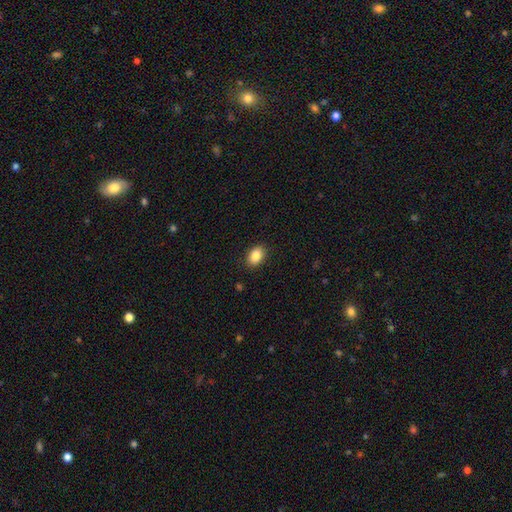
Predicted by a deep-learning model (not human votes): The model was most divided on "how rounded": in between: 82%, round: 16%, cigar-shaped: 1%. More confident: merging — none (89%); smooth or featured — smooth (86%).